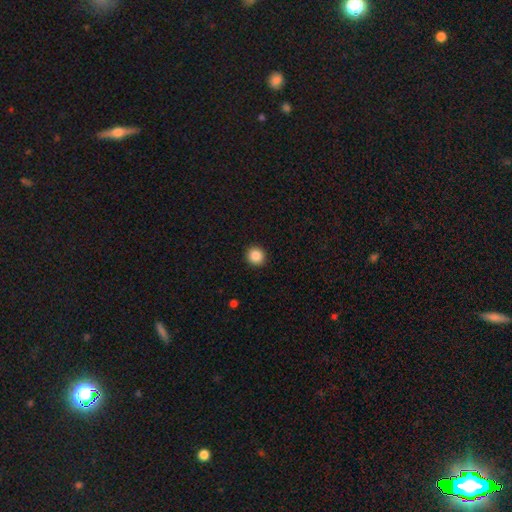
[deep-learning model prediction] Smooth or featured? smooth (86%)
How rounded? round (92%)
Merging? none (93%)